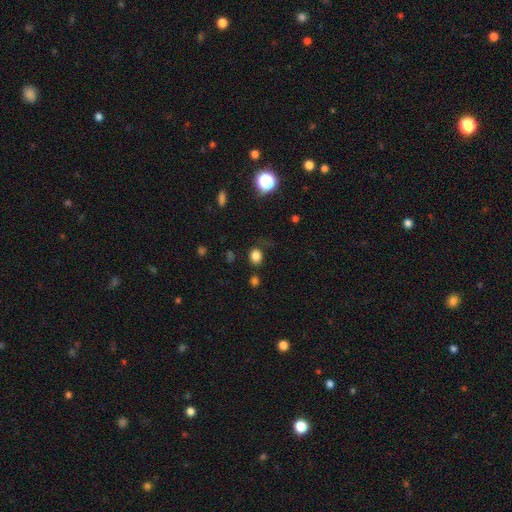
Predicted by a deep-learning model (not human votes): This is clearly a smooth galaxy (80%). How rounded: likely round (69%). Merging: likely none (75%).